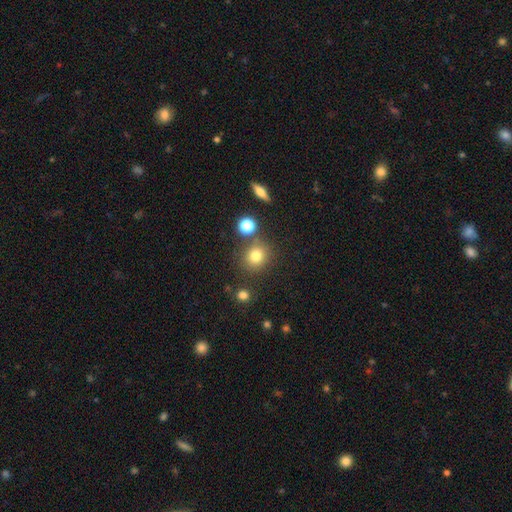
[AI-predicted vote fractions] Q: Smooth or featured?
A: smooth (77%); runner-up: star or artifact (14%)
Q: How rounded?
A: round (82%); runner-up: in between (17%)
Q: Merging?
A: none (78%); runner-up: minor disturbance (10%)